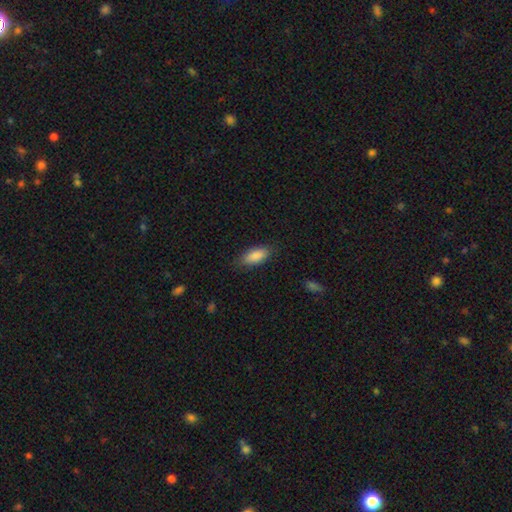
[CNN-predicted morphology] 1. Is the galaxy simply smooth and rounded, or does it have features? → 88% smooth, 6% star or artifact, 6% featured or disk.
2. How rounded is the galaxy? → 85% in between, 13% cigar-shaped, 2% round.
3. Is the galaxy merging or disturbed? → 84% none, 12% minor disturbance, 3% major disturbance, 1% merger.